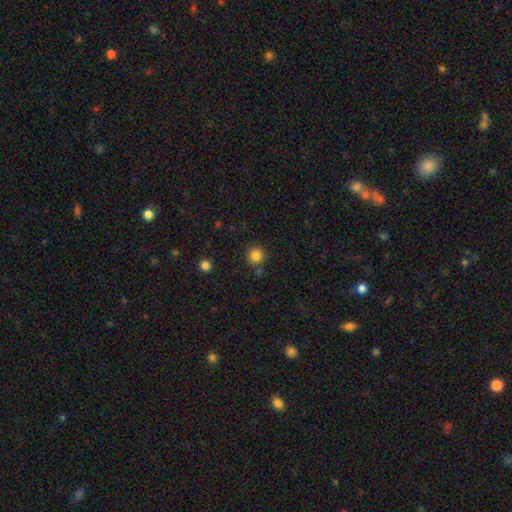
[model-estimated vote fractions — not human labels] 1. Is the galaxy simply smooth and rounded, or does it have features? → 84% smooth, 11% star or artifact, 4% featured or disk.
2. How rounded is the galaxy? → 94% round, 5% in between, 1% cigar-shaped.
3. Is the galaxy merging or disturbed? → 84% none, 8% minor disturbance, 5% merger, 3% major disturbance.